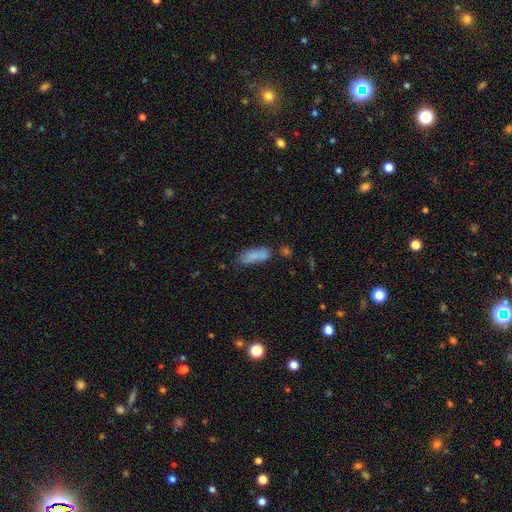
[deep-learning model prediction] The model was most divided on "how rounded": in between: 60%, cigar-shaped: 38%, round: 2%. More confident: smooth or featured — smooth (82%); merging — none (61%).